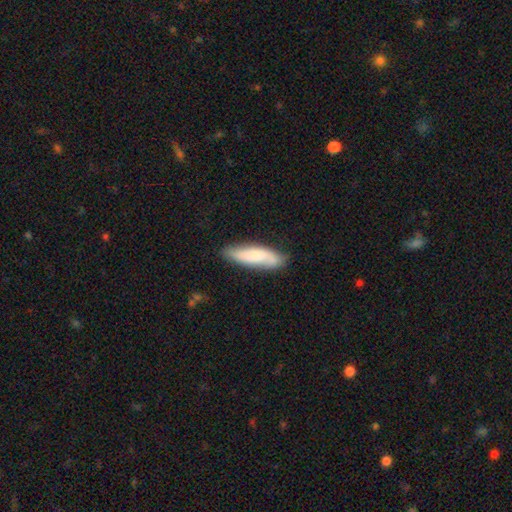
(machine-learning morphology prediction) This appears to be a smooth galaxy with no disk features (64%) that is cigar-shaped (58%). Merging: none (76%).